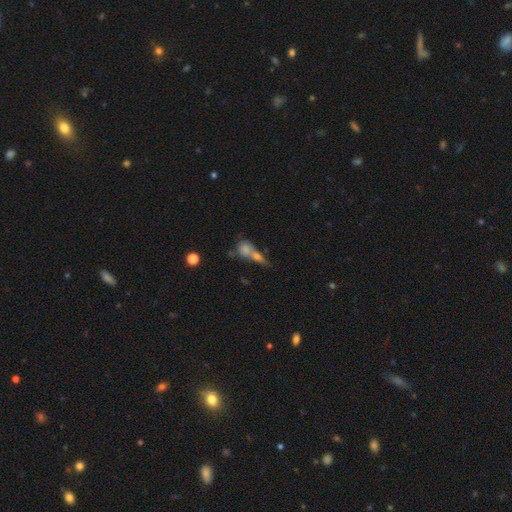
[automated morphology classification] smooth_or_featured: smooth (p=0.55) [alt: featured or disk p=0.26]
how_rounded: in between (p=0.38) [alt: round p=0.33]
merging: merger (p=0.48) [alt: none p=0.34]